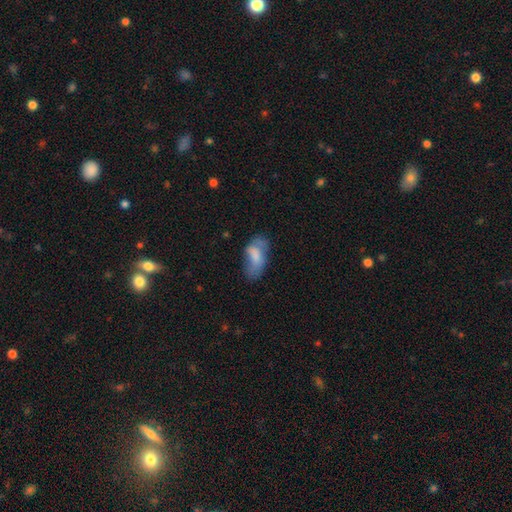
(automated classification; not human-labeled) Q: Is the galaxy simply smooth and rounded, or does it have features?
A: smooth — 67%.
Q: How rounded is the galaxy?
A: in between — 91%.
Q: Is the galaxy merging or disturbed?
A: none — 37%.